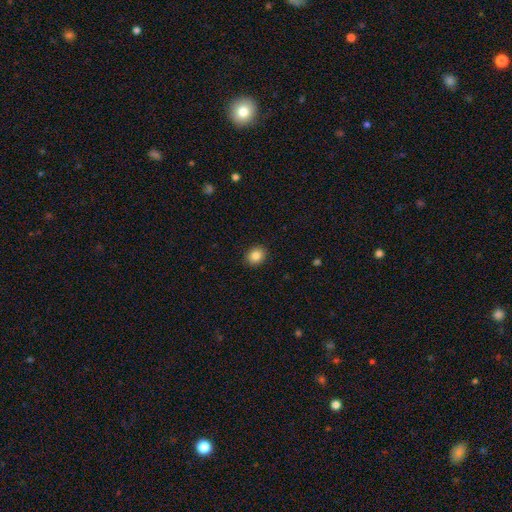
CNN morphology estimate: Q: Smooth or featured?
A: smooth (86%); runner-up: star or artifact (9%)
Q: How rounded?
A: round (59%); runner-up: in between (40%)
Q: Merging?
A: none (90%); runner-up: minor disturbance (7%)